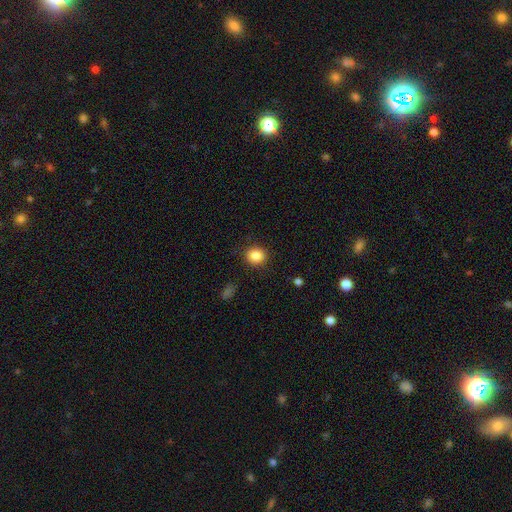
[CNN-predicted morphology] smooth_or_featured: smooth (p=0.86) [alt: star or artifact p=0.10]
how_rounded: round (p=0.79) [alt: in between p=0.20]
merging: none (p=0.89) [alt: minor disturbance p=0.08]